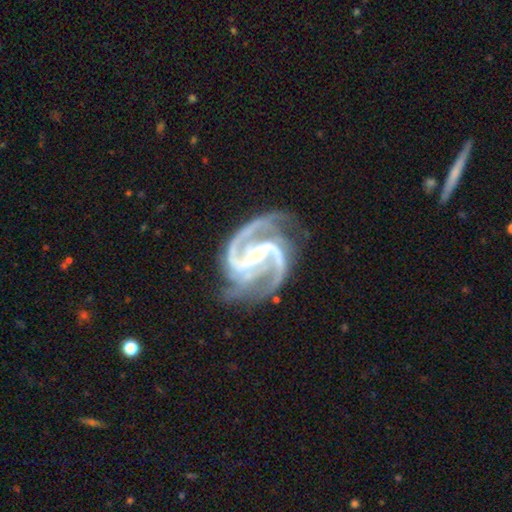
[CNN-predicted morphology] Smooth or featured: featured or disk — 94% (star or artifact — 4%)
Edge-on disk: no — 98% (yes — 2%)
Bar: strong — 64% (weak — 25%)
Spiral arms: yes — 99% (no — 1%)
Spiral winding: medium — 64% (tight — 22%)
Spiral arm count: 2 — 57% (3 — 27%)
Bulge size: small — 76% (moderate — 20%)
Merging: none — 70% (minor disturbance — 18%)